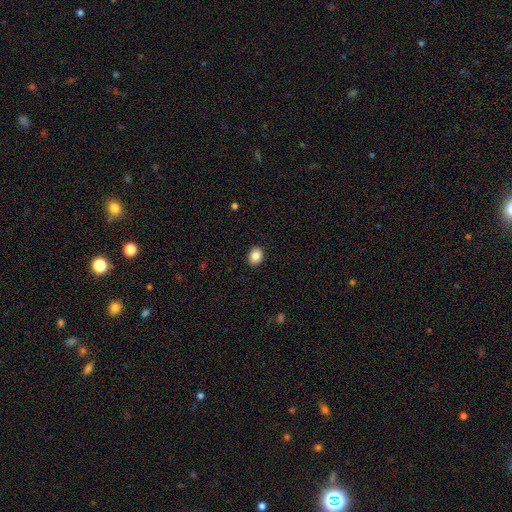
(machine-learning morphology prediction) smooth 86%, star or artifact 9%, featured or disk 6%. Down the decision tree: how rounded — in between (57%); merging — none (91%).